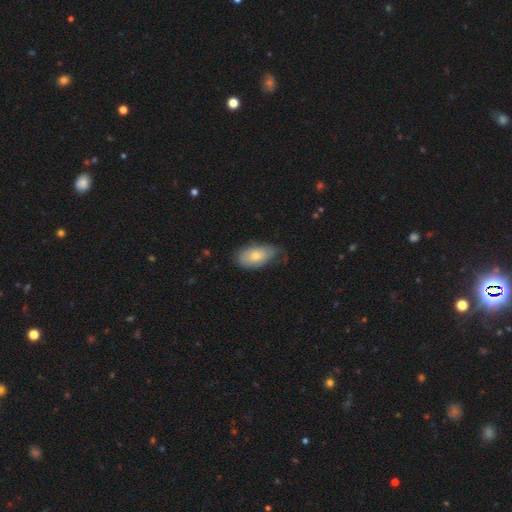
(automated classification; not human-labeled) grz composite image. It shows a smooth galaxy with no disk features (72%) that is in between round and cigar-shaped (93%). Merging: none (50%).